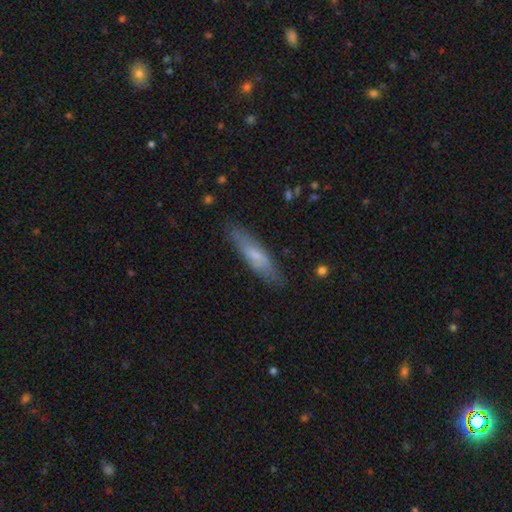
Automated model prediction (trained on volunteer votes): Smooth or featured: smooth — 60% (featured or disk — 34%)
How rounded: cigar-shaped — 78% (in between — 20%)
Merging: none — 83% (minor disturbance — 13%)